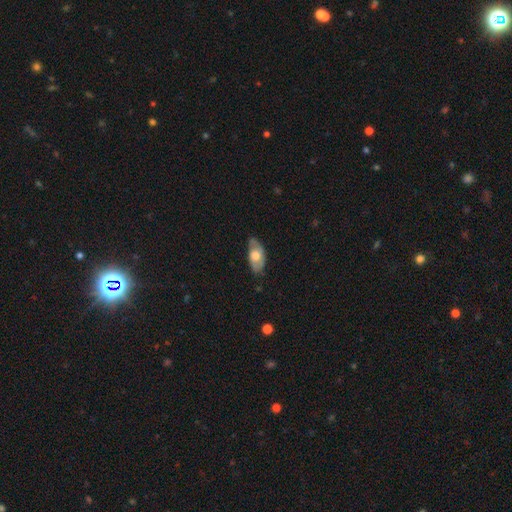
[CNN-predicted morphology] A smooth galaxy with no disk features (53%) that is in between round and cigar-shaped (91%). Merging: none (67%).